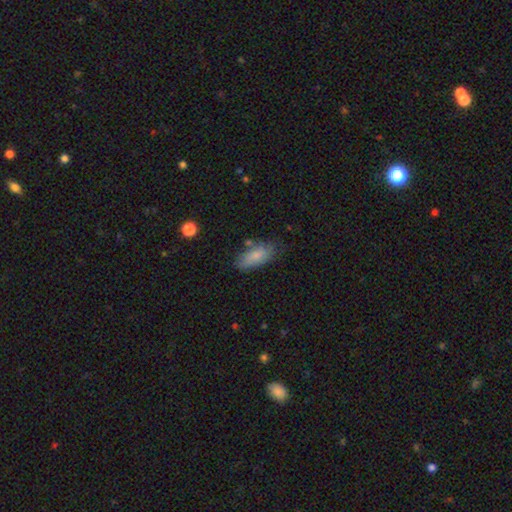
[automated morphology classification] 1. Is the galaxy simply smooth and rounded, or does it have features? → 78% smooth, 15% featured or disk, 7% star or artifact.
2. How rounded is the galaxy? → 85% in between, 12% cigar-shaped, 3% round.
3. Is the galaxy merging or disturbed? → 66% none, 23% minor disturbance, 6% major disturbance, 5% merger.